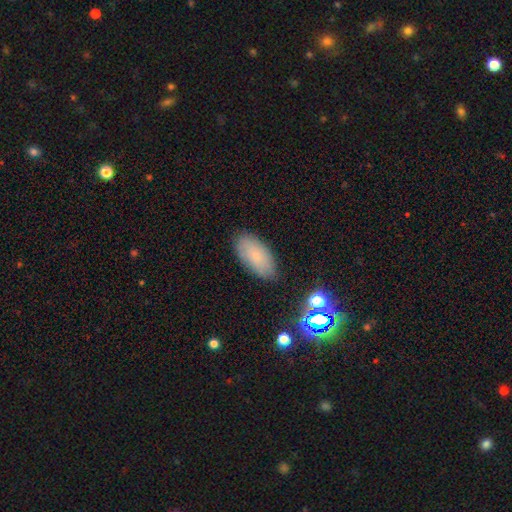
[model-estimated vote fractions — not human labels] Smooth or featured: smooth — 75% (featured or disk — 14%)
How rounded: in between — 93% (cigar-shaped — 4%)
Merging: none — 84% (minor disturbance — 12%)